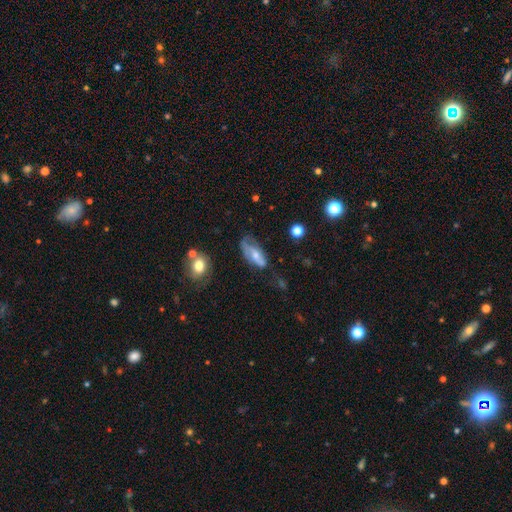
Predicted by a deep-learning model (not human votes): Smooth or featured?
  - smooth: 50% *
  - featured or disk: 42%
  - star or artifact: 8%
How rounded?
  - in between: 79% *
  - cigar-shaped: 18%
  - round: 3%
Merging?
  - none: 41% *
  - minor disturbance: 33%
  - major disturbance: 21%
  - merger: 5%